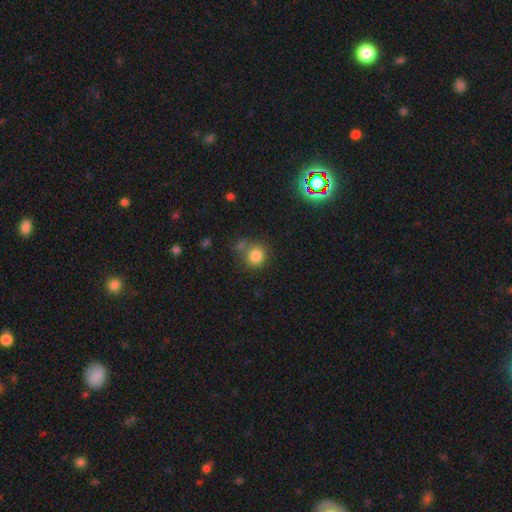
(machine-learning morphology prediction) Smooth or featured? Predicted: smooth (p=0.82). How rounded? Predicted: round (p=0.85). Merging? Predicted: none (p=0.64).